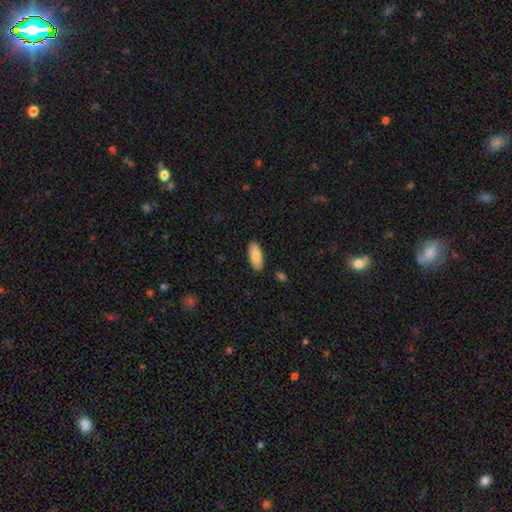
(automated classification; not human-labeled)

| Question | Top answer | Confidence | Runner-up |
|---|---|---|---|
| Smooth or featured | smooth | 83% | featured or disk (11%) |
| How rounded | in between | 88% | cigar-shaped (10%) |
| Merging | none | 88% | minor disturbance (8%) |